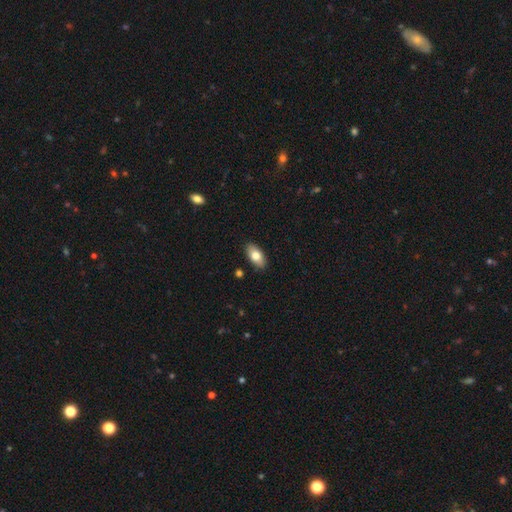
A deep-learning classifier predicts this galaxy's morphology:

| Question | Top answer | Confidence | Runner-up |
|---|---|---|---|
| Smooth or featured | smooth | 77% | featured or disk (17%) |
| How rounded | in between | 91% | cigar-shaped (5%) |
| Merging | none | 89% | minor disturbance (8%) |